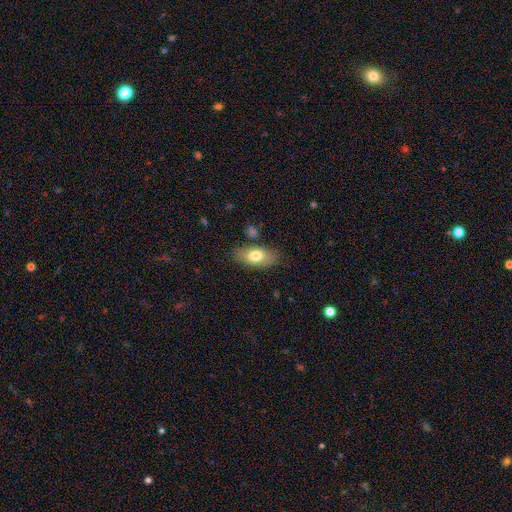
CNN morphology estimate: Smooth or featured? Predicted: smooth (p=0.75). How rounded? Predicted: in between (p=0.89). Merging? Predicted: none (p=0.79).